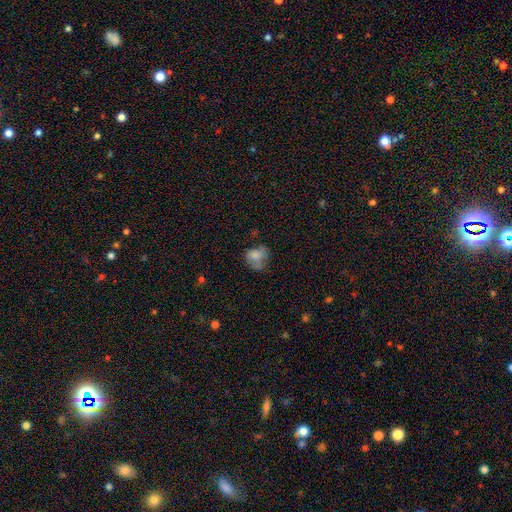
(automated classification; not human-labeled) The model was most divided on "merging": none: 40%, minor disturbance: 30%, major disturbance: 24%, merger: 6%. More confident: smooth or featured — smooth (69%); how rounded — round (55%).